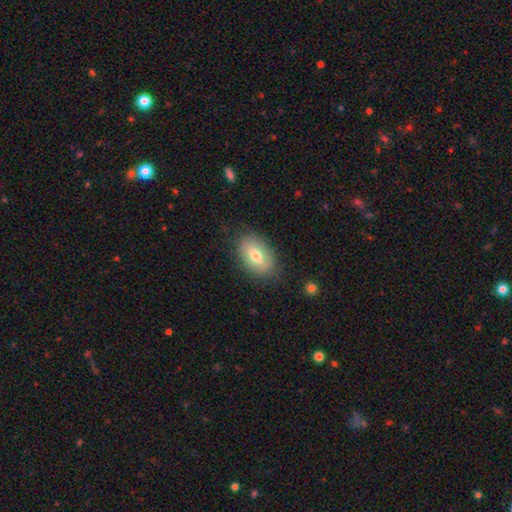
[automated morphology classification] type=smooth (66%); roundness=in between (89%); merging=none (79%).